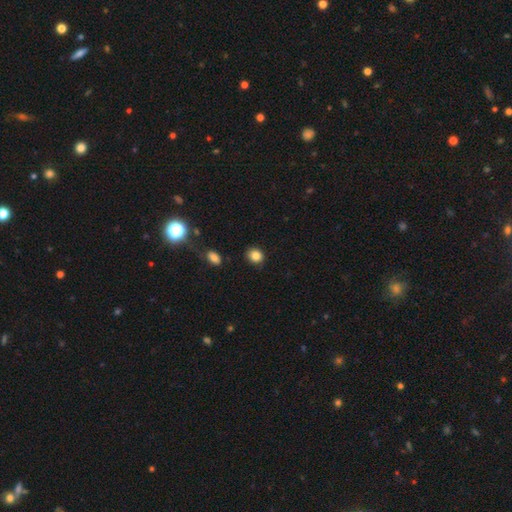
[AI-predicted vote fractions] smooth-or-featured: smooth: 84% | star or artifact: 11% | featured or disk: 5%
  how-rounded: round: 73% | in between: 26% | cigar-shaped: 1%
  merging: none: 87% | minor disturbance: 9% | major disturbance: 2% | merger: 2%